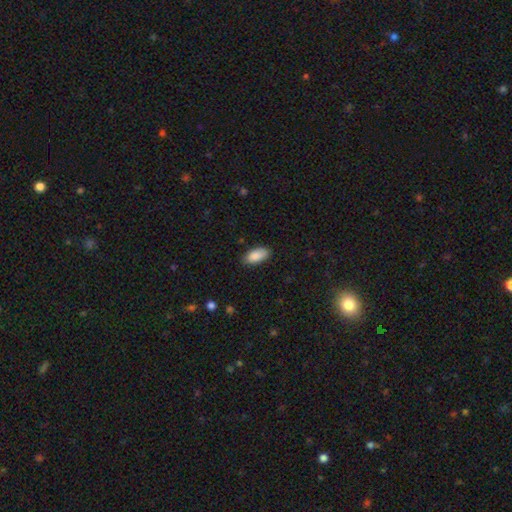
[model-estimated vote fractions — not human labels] Morphology: type=smooth (89%); roundness=in between (92%); merging=none (83%).